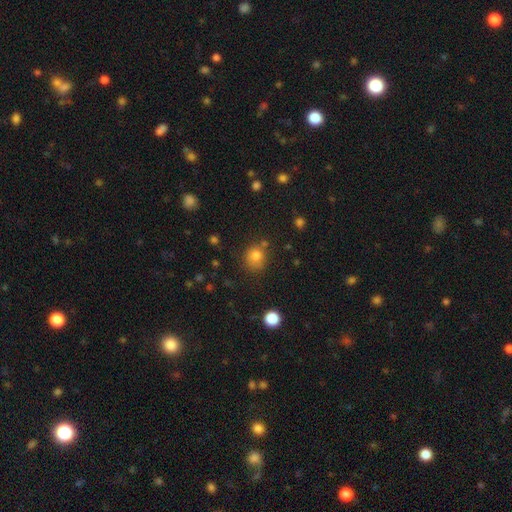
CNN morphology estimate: This is likely a smooth galaxy (80%). How rounded: likely round (80%). Merging: likely none (71%).